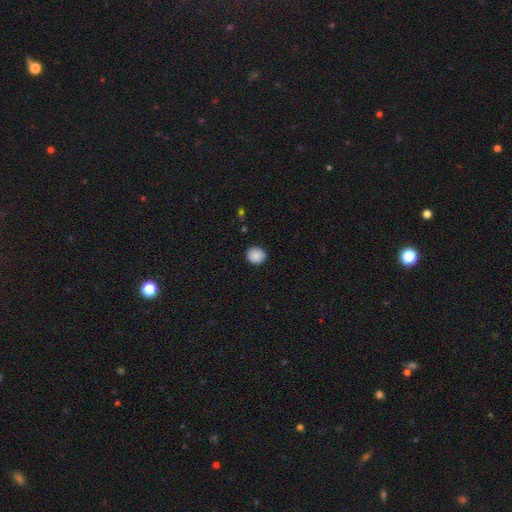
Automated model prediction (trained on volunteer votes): Smooth or featured? Predicted: smooth (p=0.88). How rounded? Predicted: round (p=0.84). Merging? Predicted: none (p=0.90).